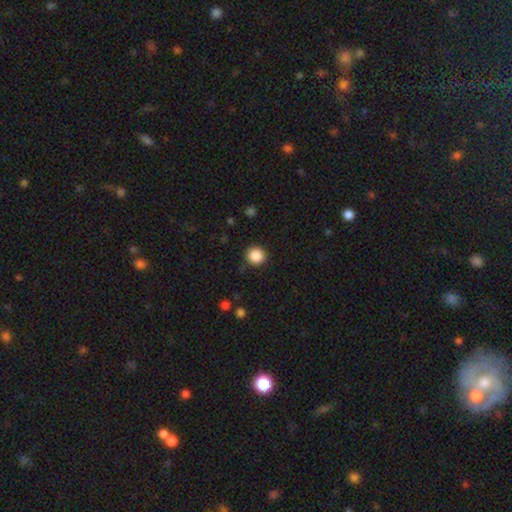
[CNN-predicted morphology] A smooth galaxy with no disk features (87%) that is round (93%). Merging: none (90%).